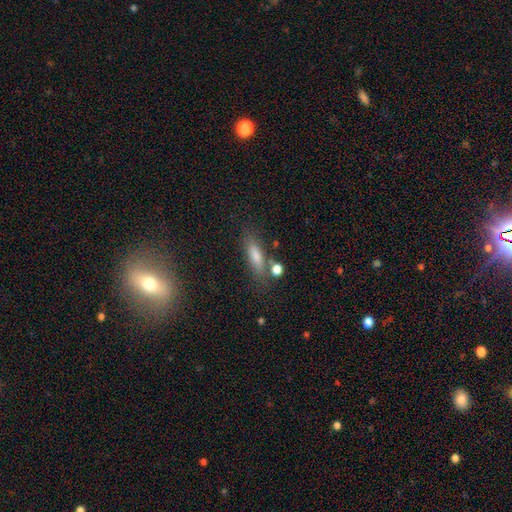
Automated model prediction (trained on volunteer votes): smooth-or-featured: smooth: 69% | featured or disk: 17% | star or artifact: 14%
  how-rounded: cigar-shaped: 55% | in between: 40% | round: 5%
  merging: none: 74% | minor disturbance: 14% | merger: 8% | major disturbance: 5%